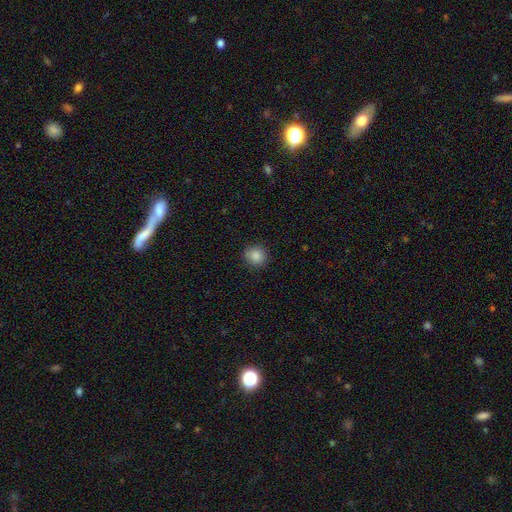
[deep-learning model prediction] smooth 86%, star or artifact 10%, featured or disk 4%. Down the decision tree: how rounded — round (90%); merging — none (85%).